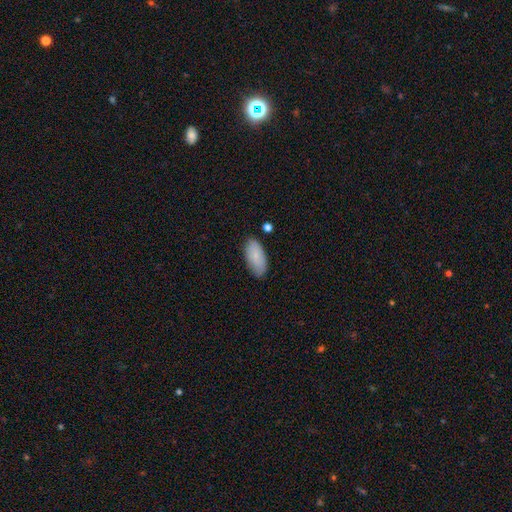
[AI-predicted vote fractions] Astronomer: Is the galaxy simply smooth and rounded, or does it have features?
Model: smooth — 84%.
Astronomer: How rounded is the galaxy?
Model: in between — 91%.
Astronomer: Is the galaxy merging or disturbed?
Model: none — 80%.